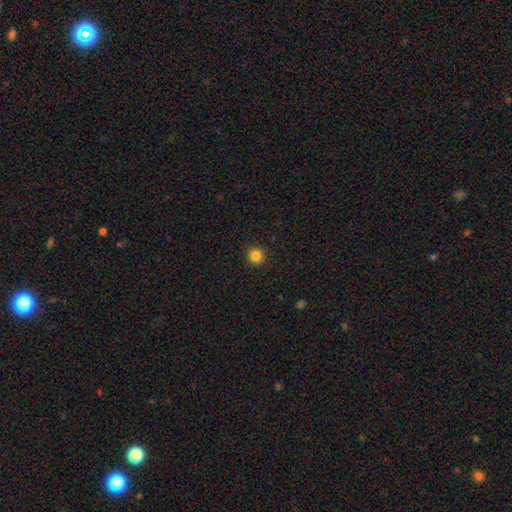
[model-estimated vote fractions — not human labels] smooth_or_featured: smooth (p=0.84) [alt: star or artifact p=0.12]
how_rounded: round (p=0.94) [alt: in between p=0.05]
merging: none (p=0.92) [alt: minor disturbance p=0.05]